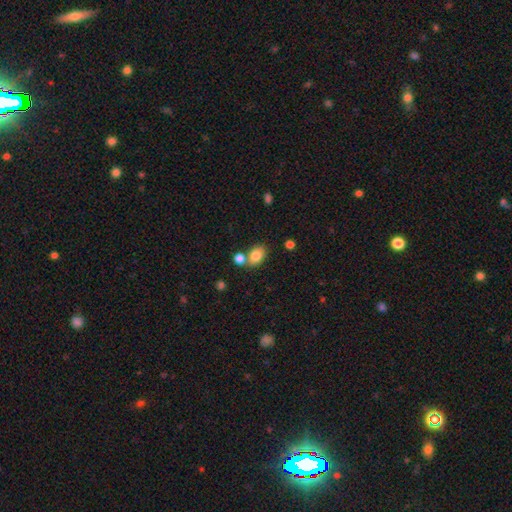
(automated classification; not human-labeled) Morphology: type=smooth (82%); roundness=in between (74%); merging=none (60%).